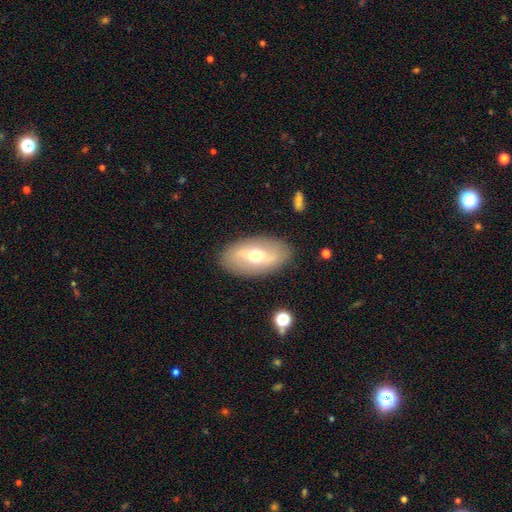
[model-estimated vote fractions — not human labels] featured or disk 53%, smooth 40%, star or artifact 7%. Down the decision tree: edge-on disk — no (86%); merging — none (85%).